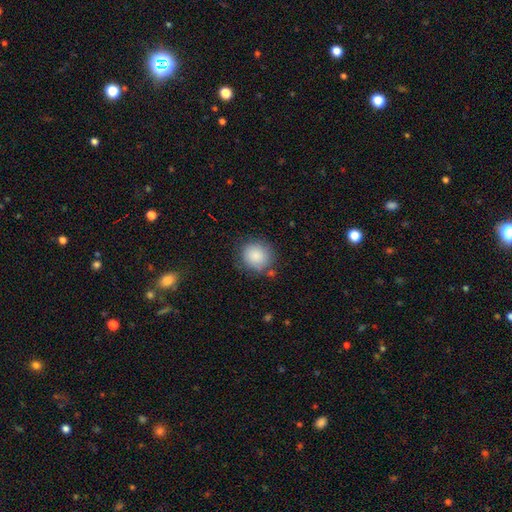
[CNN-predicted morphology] Q: Smooth or featured?
A: smooth (87%); runner-up: star or artifact (8%)
Q: How rounded?
A: round (88%); runner-up: in between (11%)
Q: Merging?
A: none (80%); runner-up: minor disturbance (13%)